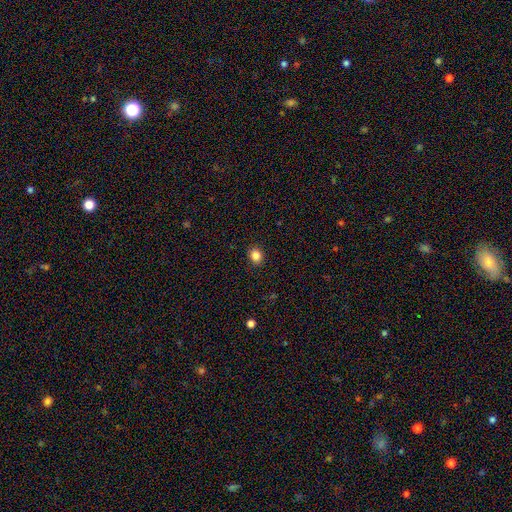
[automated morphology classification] Smooth or featured? smooth (85%)
How rounded? round (66%)
Merging? none (90%)